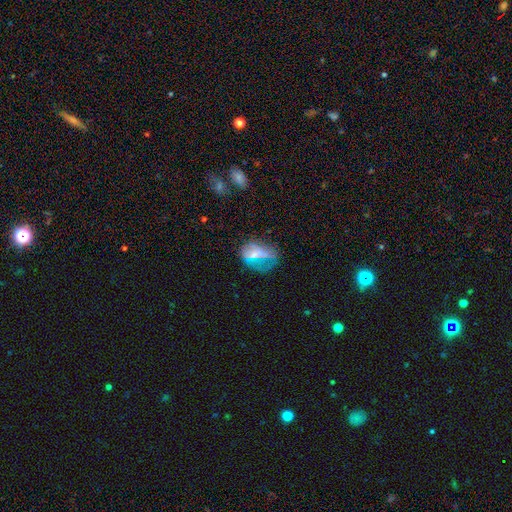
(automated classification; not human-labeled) This is possibly a smooth galaxy (51%). How rounded: likely in between (67%). Merging: marginally none (44%).